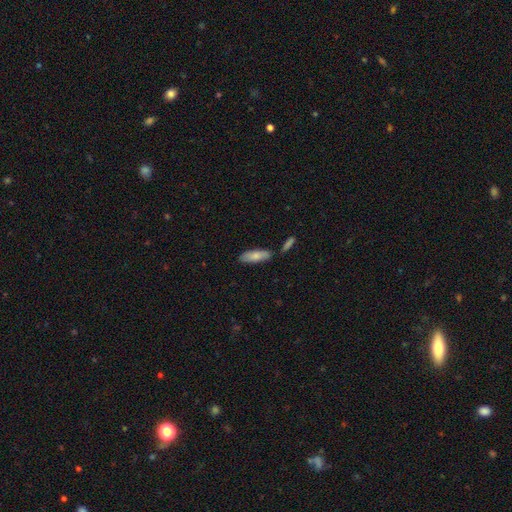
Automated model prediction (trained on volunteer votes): This is likely a smooth galaxy (78%). How rounded: possibly in between (57%). Merging: likely none (75%).